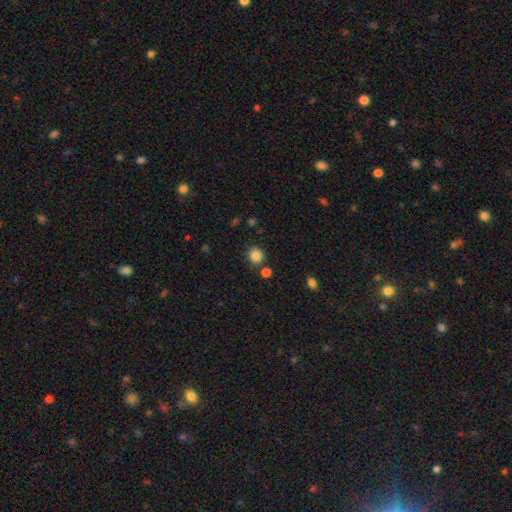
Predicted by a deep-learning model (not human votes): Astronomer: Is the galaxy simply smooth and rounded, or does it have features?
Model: smooth — 85%.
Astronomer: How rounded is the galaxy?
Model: round — 88%.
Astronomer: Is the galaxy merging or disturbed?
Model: none — 81%.